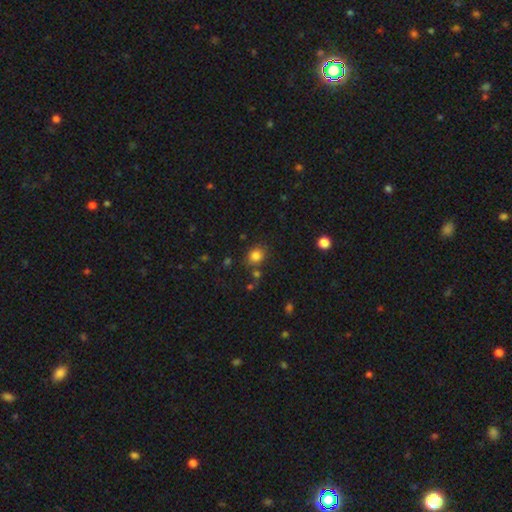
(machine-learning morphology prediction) This appears to be a smooth galaxy with no disk features (82%) that is round (72%). Merging: none (78%).